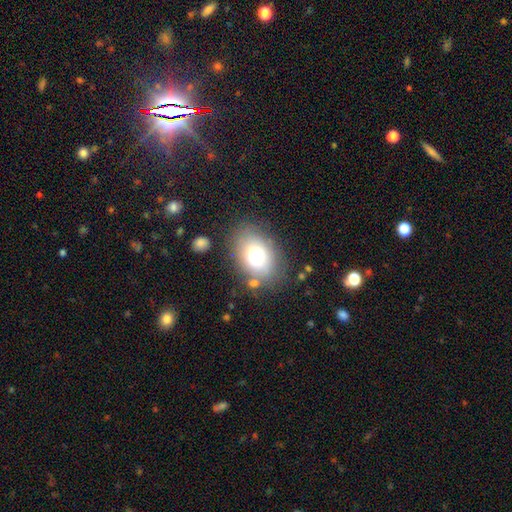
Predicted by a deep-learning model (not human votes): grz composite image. It shows a smooth galaxy with no disk features (71%) that is in between round and cigar-shaped (69%). Merging: none (75%).